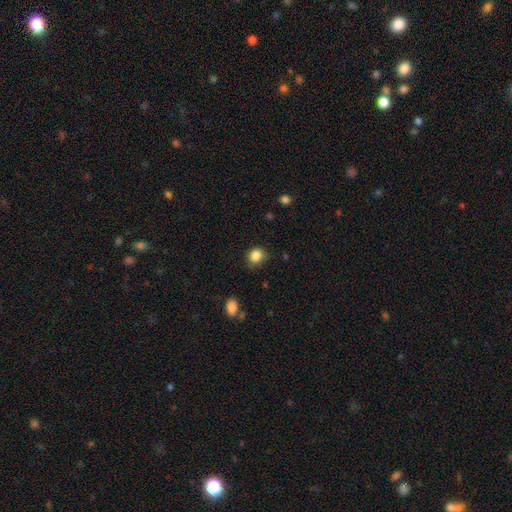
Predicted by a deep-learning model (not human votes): The model was most divided on "how rounded": round: 71%, in between: 28%, cigar-shaped: 1%. More confident: smooth or featured — smooth (86%); merging — none (75%).